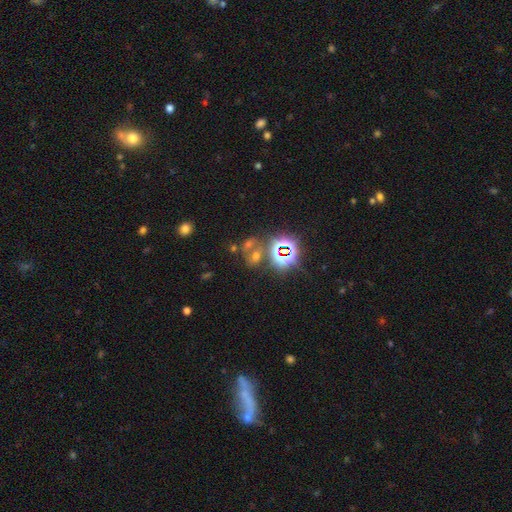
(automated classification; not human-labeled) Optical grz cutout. It shows a star or artifact, not a galaxy (49%).